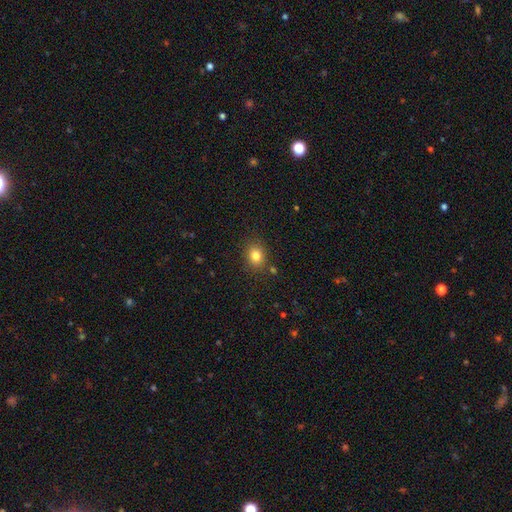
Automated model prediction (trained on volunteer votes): Morphology: type=smooth (81%); roundness=round (60%); merging=none (84%).